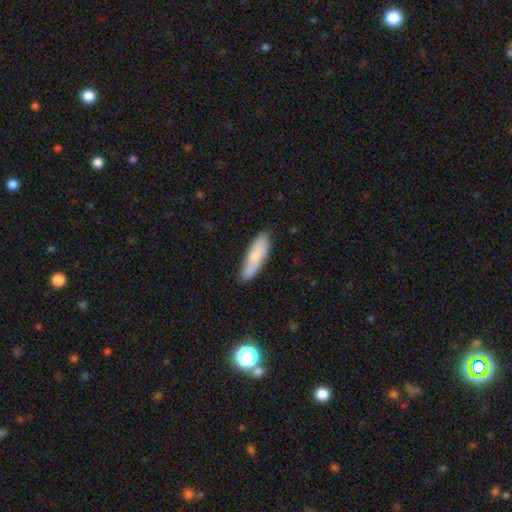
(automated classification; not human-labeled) The model was most divided on "how rounded": cigar-shaped: 65%, in between: 34%, round: 1%. More confident: smooth or featured — smooth (83%); merging — none (81%).